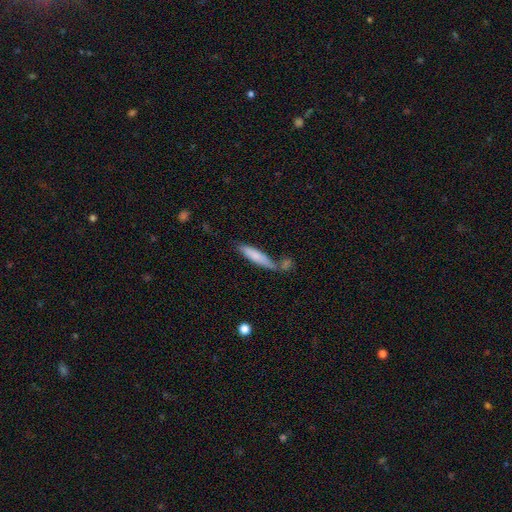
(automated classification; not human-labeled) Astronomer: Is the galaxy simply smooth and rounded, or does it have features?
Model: smooth — 75%.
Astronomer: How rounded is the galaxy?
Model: cigar-shaped — 80%.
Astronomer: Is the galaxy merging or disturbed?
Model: none — 55%.